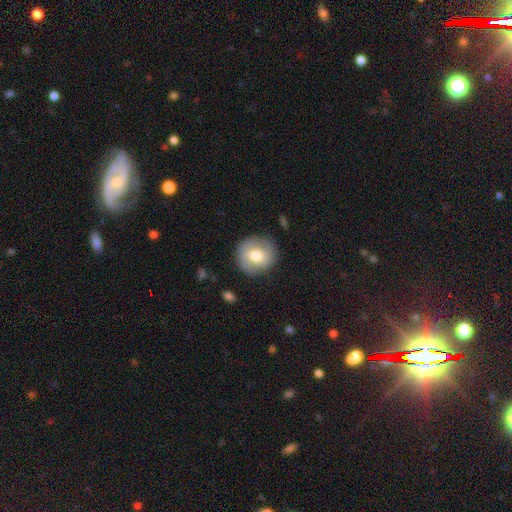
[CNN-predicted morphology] A smooth galaxy with no disk features (63%) that is round (90%).

Vote fractions:
- Smooth or featured? smooth: 63% / featured or disk: 29% / star or artifact: 8%
- How rounded? round: 90% / in between: 9% / cigar-shaped: 1%
- Merging? none: 84% / minor disturbance: 11% / major disturbance: 3% / merger: 1%